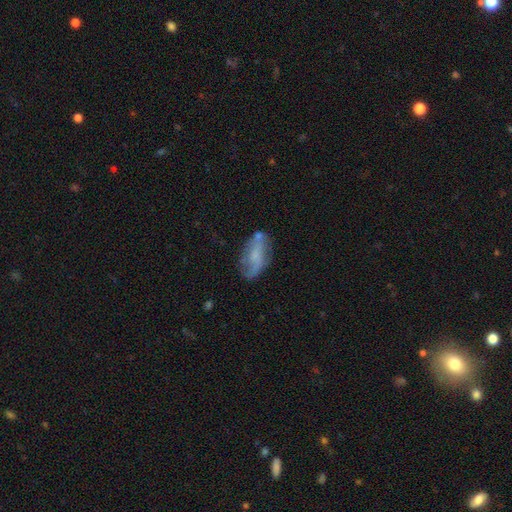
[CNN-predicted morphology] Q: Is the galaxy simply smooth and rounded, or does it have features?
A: featured or disk — 54%.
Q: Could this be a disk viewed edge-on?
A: no — 90%.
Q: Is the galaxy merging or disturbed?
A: none — 55%.